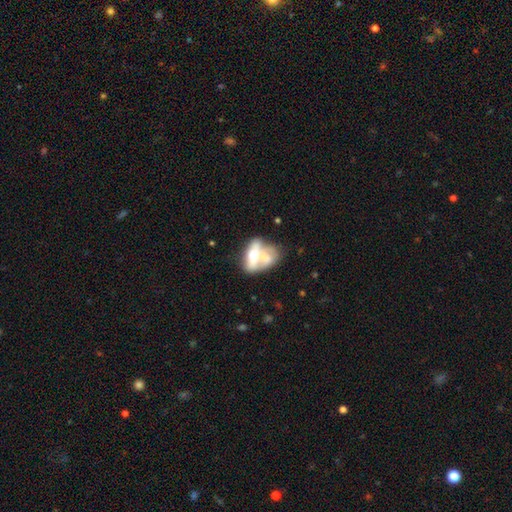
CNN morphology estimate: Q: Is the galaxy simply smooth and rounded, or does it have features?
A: featured or disk — 46%.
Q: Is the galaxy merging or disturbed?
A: merger — 52%.